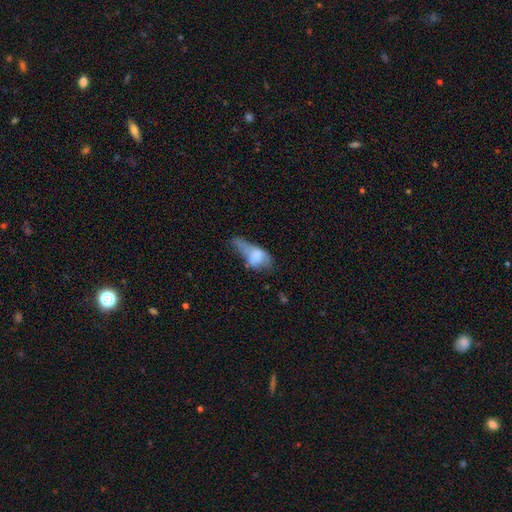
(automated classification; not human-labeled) smooth_or_featured: smooth (p=0.63) [alt: featured or disk p=0.28]
how_rounded: in between (p=0.82) [alt: cigar-shaped p=0.10]
merging: major disturbance (p=0.43) [alt: minor disturbance p=0.25]